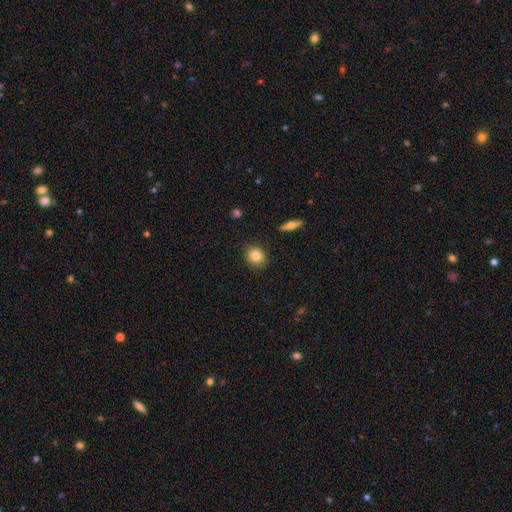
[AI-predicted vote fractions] A smooth galaxy with no disk features (83%) that is round (76%).

Vote fractions:
- Smooth or featured? smooth: 83% / star or artifact: 8% / featured or disk: 8%
- How rounded? round: 76% / in between: 22% / cigar-shaped: 1%
- Merging? none: 88% / minor disturbance: 9% / major disturbance: 2% / merger: 2%